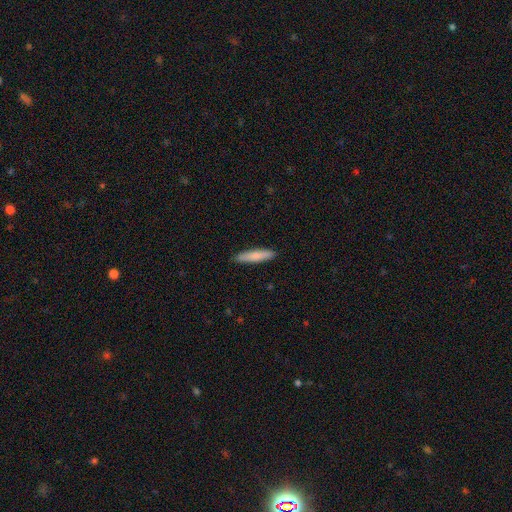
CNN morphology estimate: A smooth galaxy with no disk features (81%) that is cigar-shaped (85%).

Vote fractions:
- Smooth or featured? smooth: 81% / featured or disk: 14% / star or artifact: 5%
- How rounded? cigar-shaped: 85% / in between: 14% / round: 1%
- Merging? none: 89% / minor disturbance: 8% / major disturbance: 2% / merger: 1%